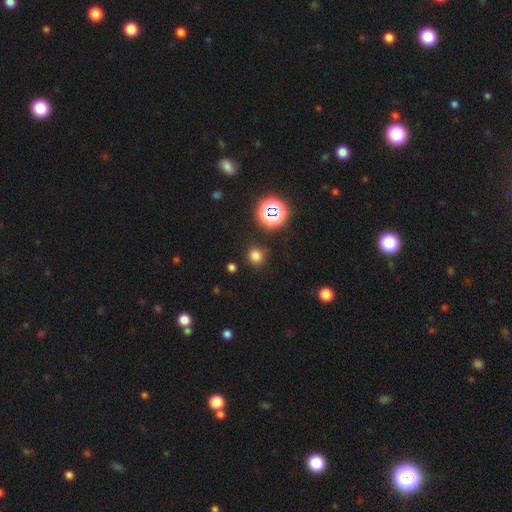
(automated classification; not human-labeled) This appears to be a smooth galaxy with no disk features (75%) that is round (87%). Merging: none (87%).